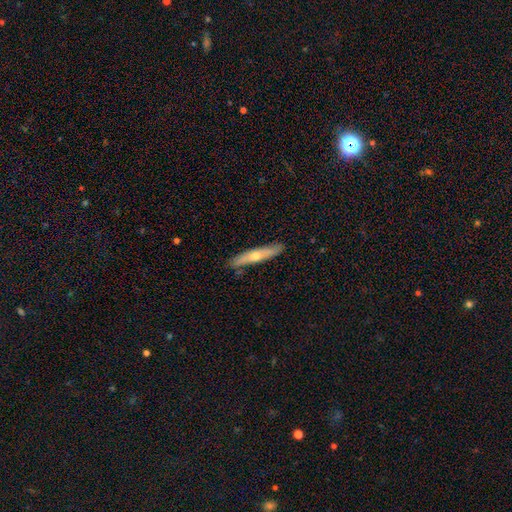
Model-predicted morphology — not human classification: Smooth or featured? Predicted: featured or disk (p=0.50). Merging? Predicted: none (p=0.87).